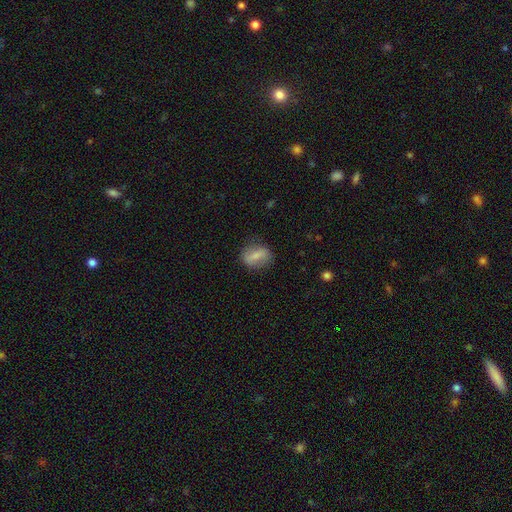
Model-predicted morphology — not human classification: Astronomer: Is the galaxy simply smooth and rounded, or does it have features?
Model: smooth — 63%.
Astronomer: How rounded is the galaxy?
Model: in between — 66%.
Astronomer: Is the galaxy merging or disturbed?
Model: none — 79%.